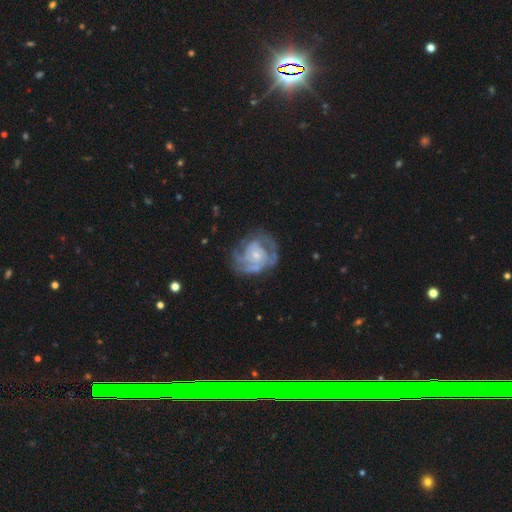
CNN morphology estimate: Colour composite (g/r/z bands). It shows a featured or disk galaxy (84%) with no bar (71%), tight (54%) spiral arms (91%) and a small central bulge (62%). Merging: none (63%).